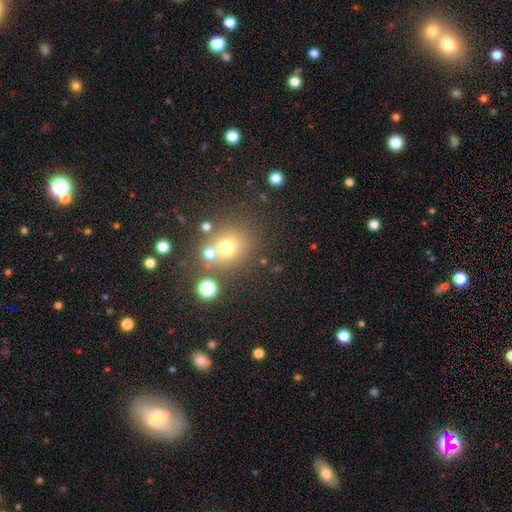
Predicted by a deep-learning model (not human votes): Overall: star or artifact (45%, tied with smooth).